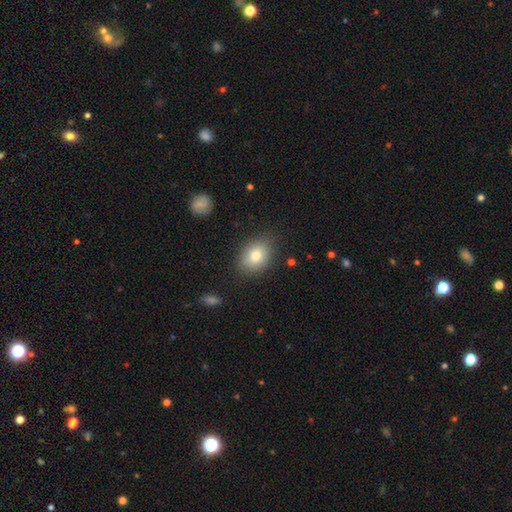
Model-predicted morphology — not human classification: This is likely a smooth galaxy (78%). How rounded: likely in between (62%). Merging: likely none (79%).